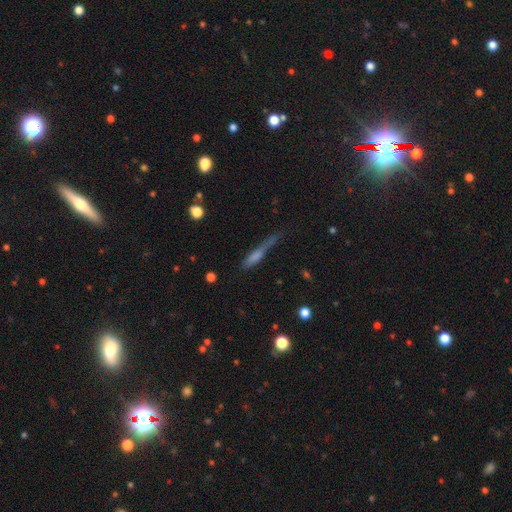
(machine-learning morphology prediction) Smooth or featured? Predicted: smooth (p=0.51). How rounded? Predicted: cigar-shaped (p=0.88). Merging? Predicted: none (p=0.48).